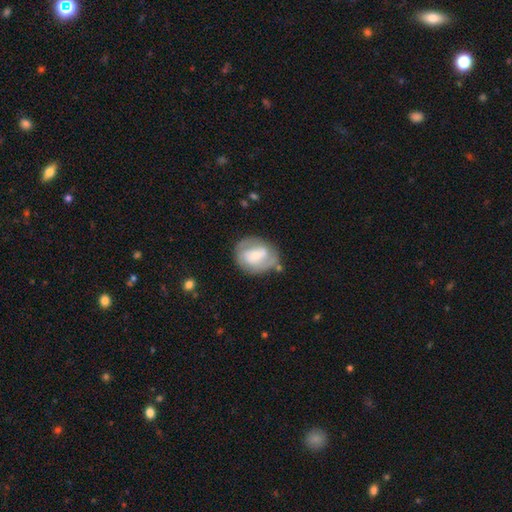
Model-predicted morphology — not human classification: Overall: featured or disk (56%; smooth 37%). Edge-on disk: no (96%). Bar: weak (40%; no 35%). Spiral arms: yes (67%; no 33%). Bulge size: small (46%; moderate 36%). Merging: none (63%).